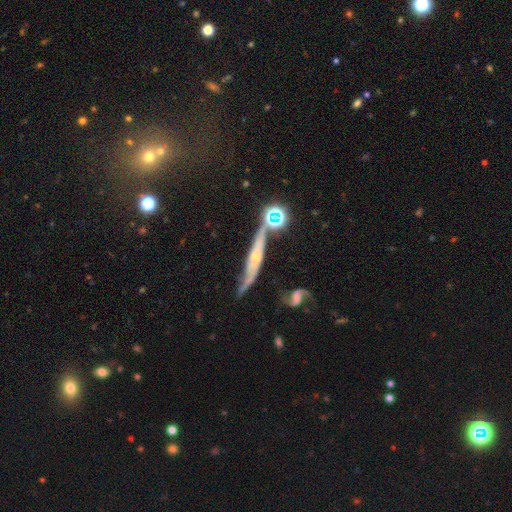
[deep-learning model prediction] featured or disk 72%, smooth 17%, star or artifact 11%. Down the decision tree: edge-on disk — yes (64%); merging — none (56%).